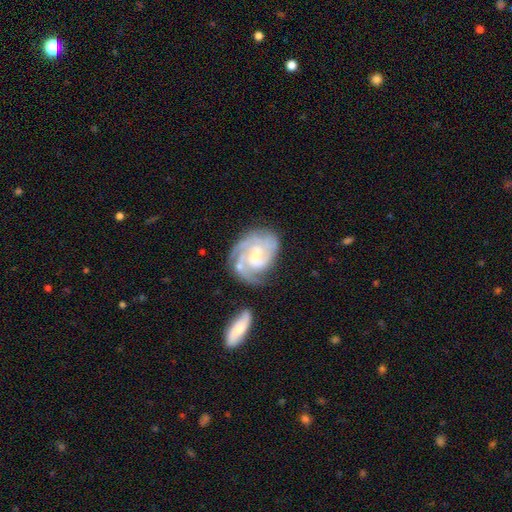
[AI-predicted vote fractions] Smooth or featured? featured or disk (87%)
Edge-on disk? no (98%)
Bar? weak (50%)
Spiral arms? yes (97%)
Spiral winding? tight (59%)
Spiral arm count? 3 (40%)
Bulge size? small (46%)
Merging? none (59%)